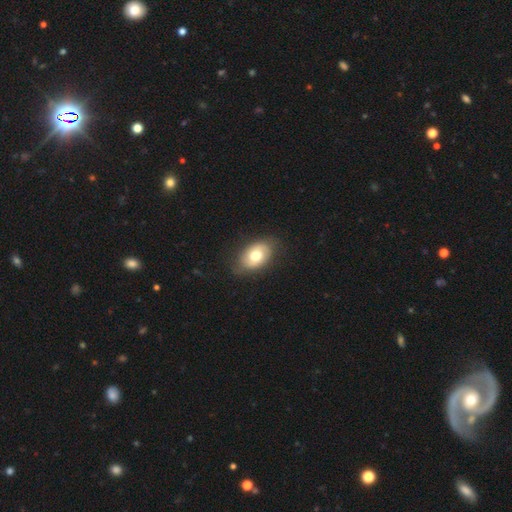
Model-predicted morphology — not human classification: This appears to be a smooth galaxy with no disk features (63%) that is in between round and cigar-shaped (88%). Merging: none (79%).